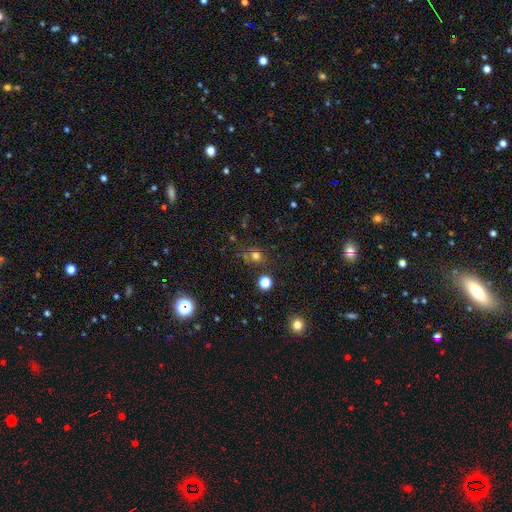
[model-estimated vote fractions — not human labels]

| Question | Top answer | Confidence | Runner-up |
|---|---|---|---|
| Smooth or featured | smooth | 67% | star or artifact (26%) |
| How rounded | round | 82% | in between (17%) |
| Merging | none | 73% | minor disturbance (11%) |